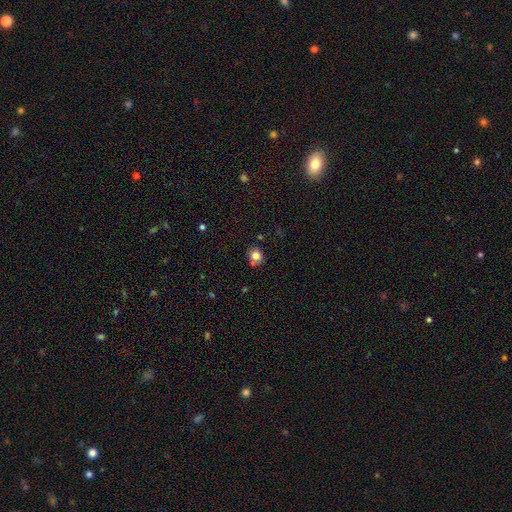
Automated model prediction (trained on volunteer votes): This is clearly a smooth galaxy (81%). How rounded: clearly round (81%). Merging: likely none (71%).